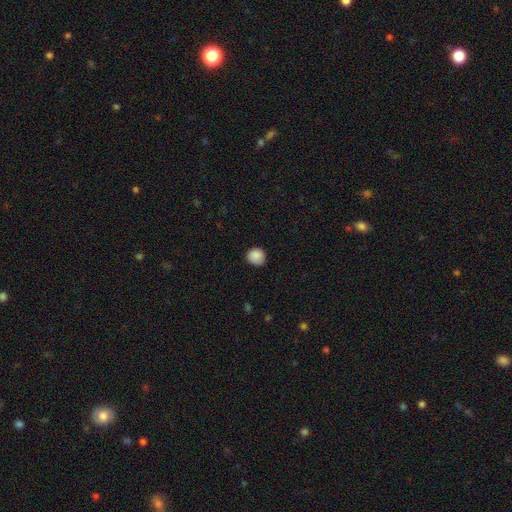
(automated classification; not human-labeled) Smooth or featured: smooth — 88% (star or artifact — 9%)
How rounded: round — 88% (in between — 11%)
Merging: none — 85% (minor disturbance — 12%)